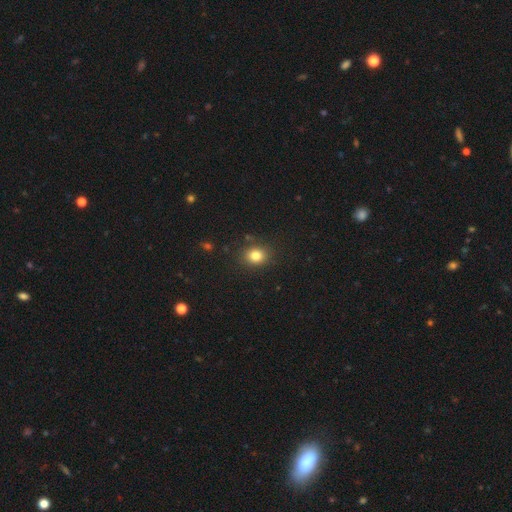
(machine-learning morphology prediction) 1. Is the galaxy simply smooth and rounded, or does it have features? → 83% smooth, 12% star or artifact, 6% featured or disk.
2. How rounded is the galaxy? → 64% round, 36% in between, 1% cigar-shaped.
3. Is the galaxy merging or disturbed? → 85% none, 10% minor disturbance, 3% major disturbance, 2% merger.